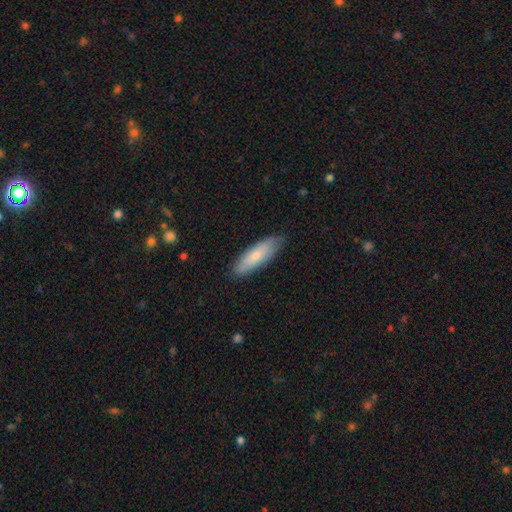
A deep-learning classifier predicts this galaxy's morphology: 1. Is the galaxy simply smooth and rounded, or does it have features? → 75% smooth, 19% featured or disk, 6% star or artifact.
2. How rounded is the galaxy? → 55% cigar-shaped, 44% in between, 2% round.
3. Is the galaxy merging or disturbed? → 83% none, 14% minor disturbance, 2% major disturbance, 1% merger.